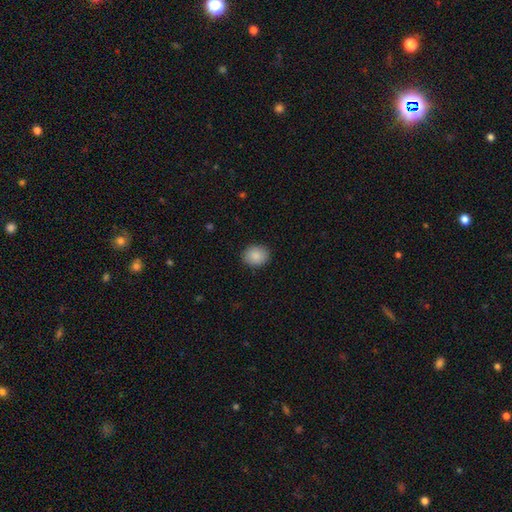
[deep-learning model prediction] Smooth or featured?
  - smooth: 89% *
  - star or artifact: 7%
  - featured or disk: 4%
How rounded?
  - round: 58% *
  - in between: 41%
  - cigar-shaped: 1%
Merging?
  - none: 88% *
  - minor disturbance: 9%
  - major disturbance: 2%
  - merger: 1%